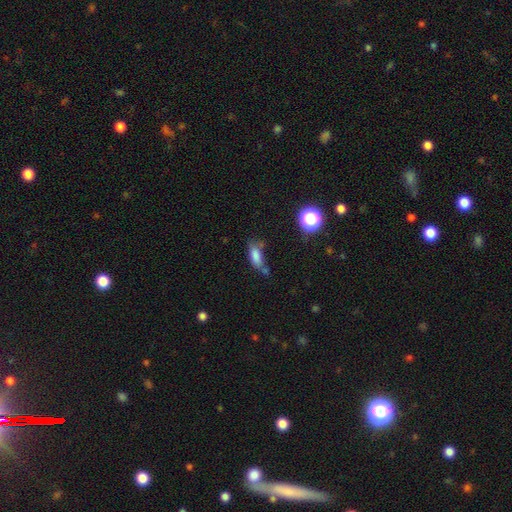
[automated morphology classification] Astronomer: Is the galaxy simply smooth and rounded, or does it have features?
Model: smooth — 76%.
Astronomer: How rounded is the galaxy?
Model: in between — 75%.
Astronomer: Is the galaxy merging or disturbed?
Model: none — 43% (runner-up: minor disturbance, 29%).